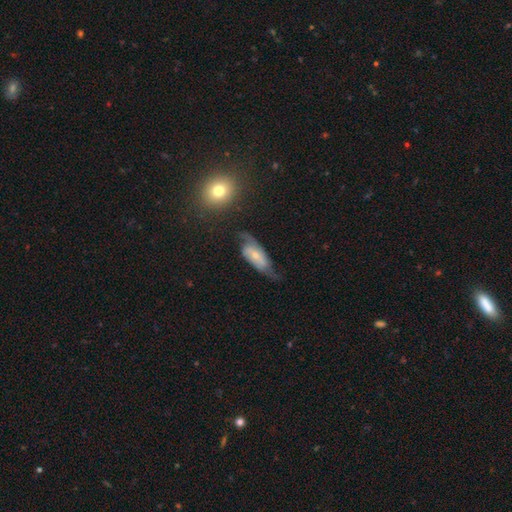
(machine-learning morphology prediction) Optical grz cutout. It shows a featured or disk galaxy (66%) with no bar (49%), 2 (82%) loose (41%) spiral arms (87%) and a small central bulge (60%). Merging: none (51%).